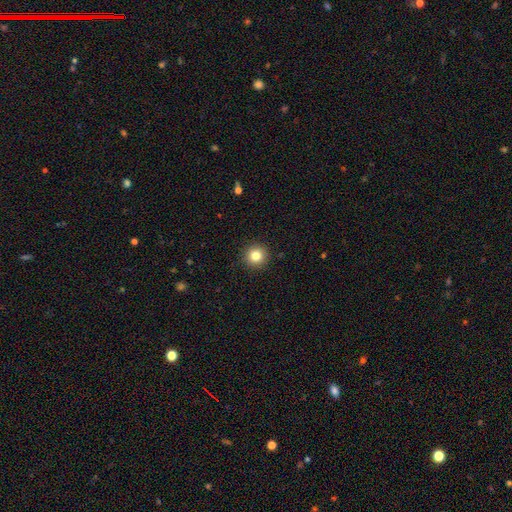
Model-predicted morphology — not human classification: A smooth galaxy with no disk features (82%) that is round (95%). Merging: none (93%).